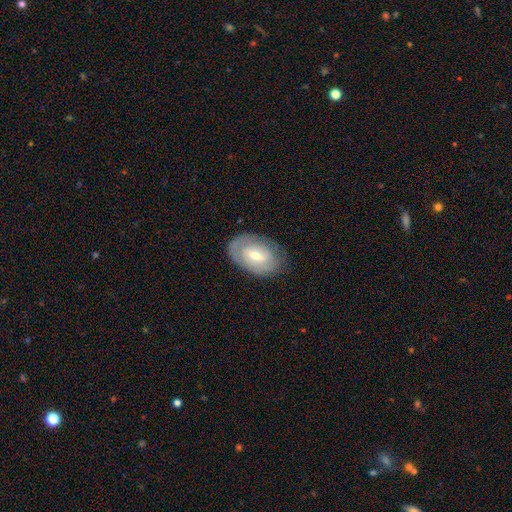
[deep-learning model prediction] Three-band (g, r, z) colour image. It shows a featured or disk galaxy (55%). Merging: none (76%).